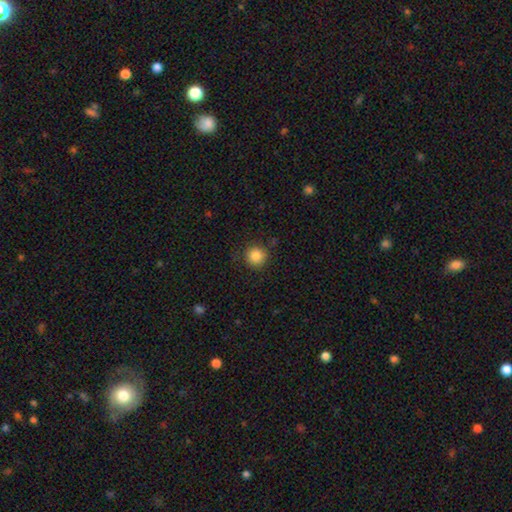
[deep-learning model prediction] Smooth or featured: smooth — 85% (star or artifact — 10%)
How rounded: round — 94% (in between — 5%)
Merging: none — 86% (minor disturbance — 10%)